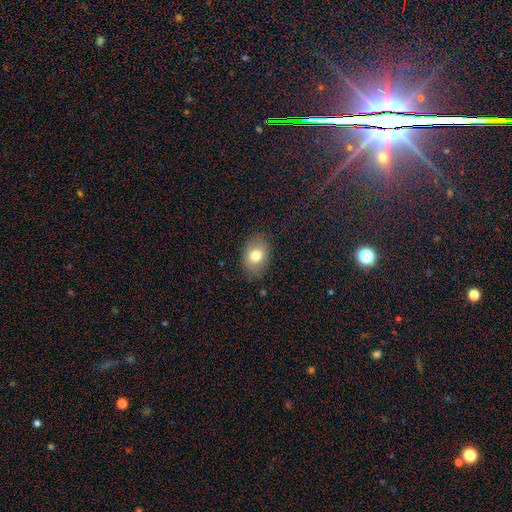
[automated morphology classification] smooth-or-featured: smooth: 77% | featured or disk: 15% | star or artifact: 9%
  how-rounded: in between: 75% | round: 23% | cigar-shaped: 1%
  merging: none: 84% | minor disturbance: 12% | major disturbance: 3% | merger: 1%